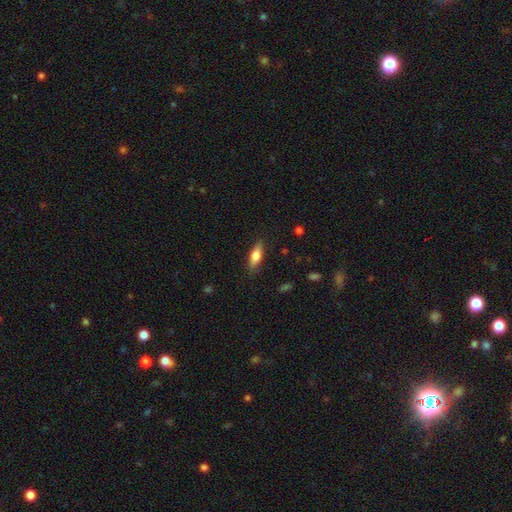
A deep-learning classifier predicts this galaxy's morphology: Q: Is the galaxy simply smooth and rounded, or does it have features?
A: smooth — 70%.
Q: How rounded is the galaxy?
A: in between — 58%.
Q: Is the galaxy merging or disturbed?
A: none — 84%.